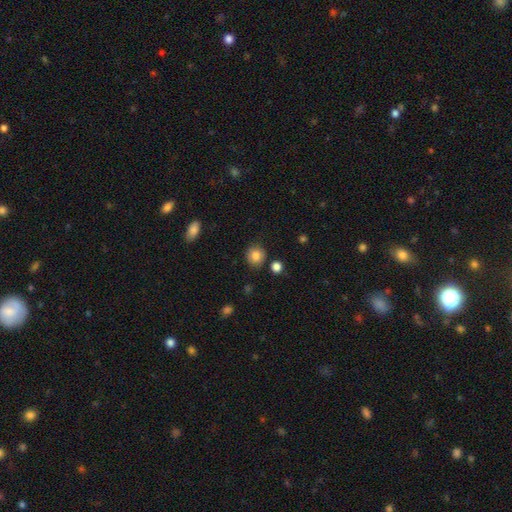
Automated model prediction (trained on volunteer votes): Smooth or featured?
  - smooth: 85% *
  - star or artifact: 10%
  - featured or disk: 6%
How rounded?
  - round: 85% *
  - in between: 14%
  - cigar-shaped: 1%
Merging?
  - none: 84% *
  - minor disturbance: 10%
  - merger: 4%
  - major disturbance: 3%